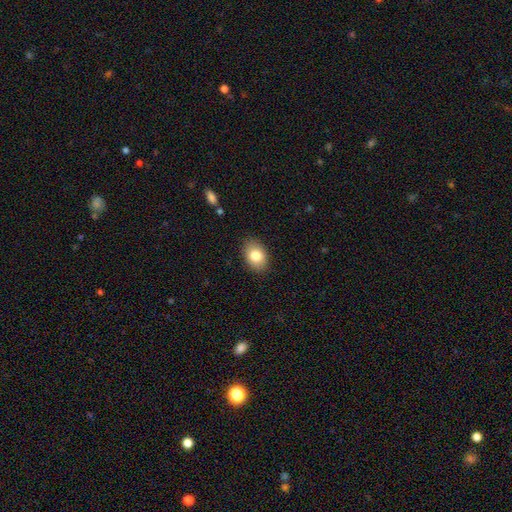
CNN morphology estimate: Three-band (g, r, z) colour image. It shows a smooth galaxy with no disk features (82%) that is in between round and cigar-shaped (80%). Merging: none (87%).